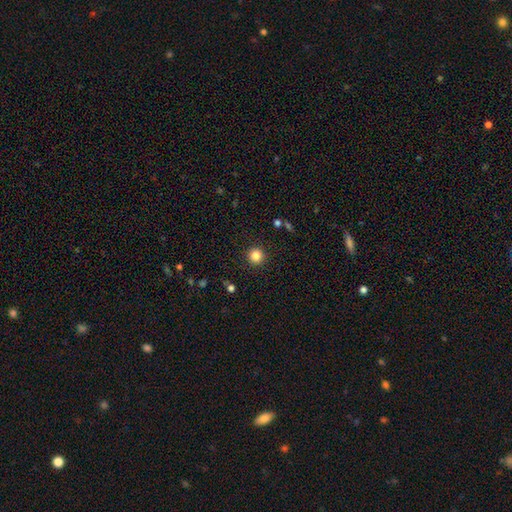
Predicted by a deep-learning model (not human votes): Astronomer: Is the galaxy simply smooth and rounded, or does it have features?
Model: smooth — 84%.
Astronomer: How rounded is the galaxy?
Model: round — 96%.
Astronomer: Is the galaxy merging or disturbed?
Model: none — 92%.